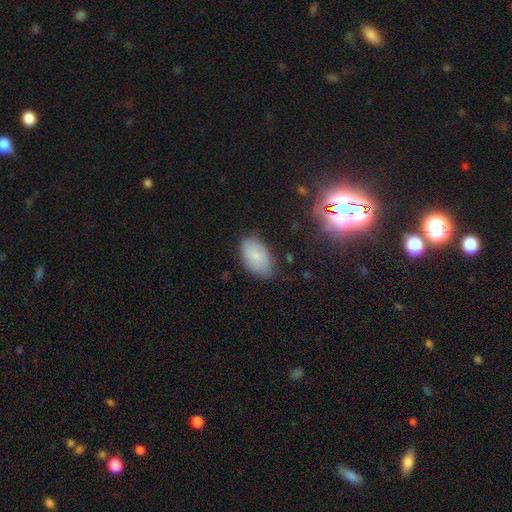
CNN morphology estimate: smooth-or-featured: smooth: 79% | featured or disk: 11% | star or artifact: 10%
  how-rounded: in between: 93% | round: 5% | cigar-shaped: 2%
  merging: none: 77% | minor disturbance: 18% | major disturbance: 4% | merger: 2%